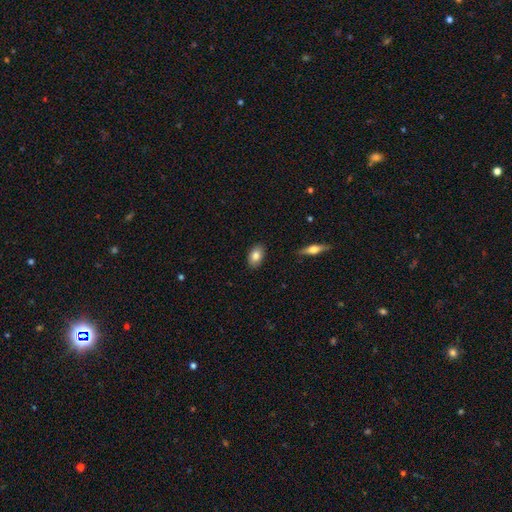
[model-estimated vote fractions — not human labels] smooth 82%, featured or disk 11%, star or artifact 7%. Down the decision tree: how rounded — in between (88%); merging — none (88%).